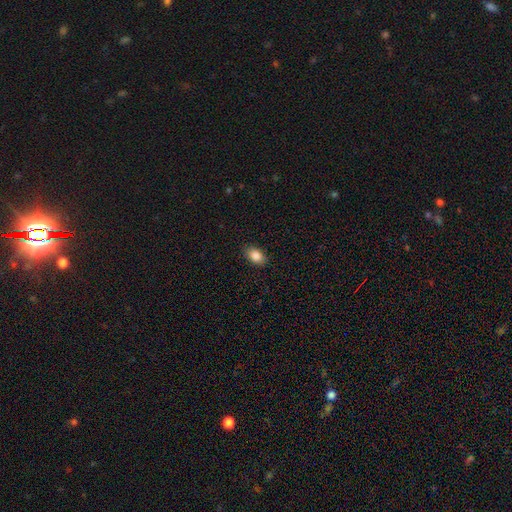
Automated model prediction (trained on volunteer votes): This appears to be a smooth galaxy with no disk features (86%) that is in between round and cigar-shaped (87%). Merging: none (89%).